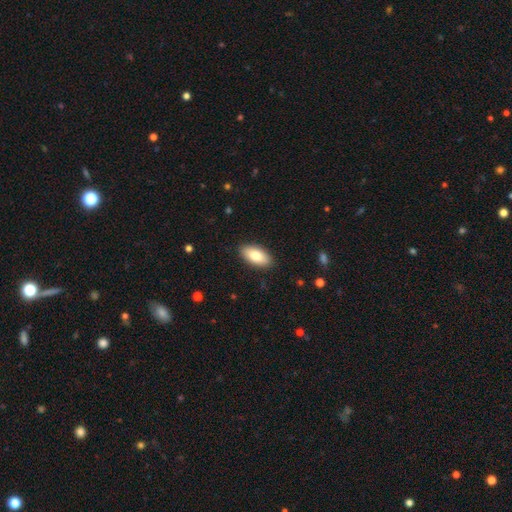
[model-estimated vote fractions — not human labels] Overall: smooth (83%). How rounded: in between (92%). Merging: none (88%).